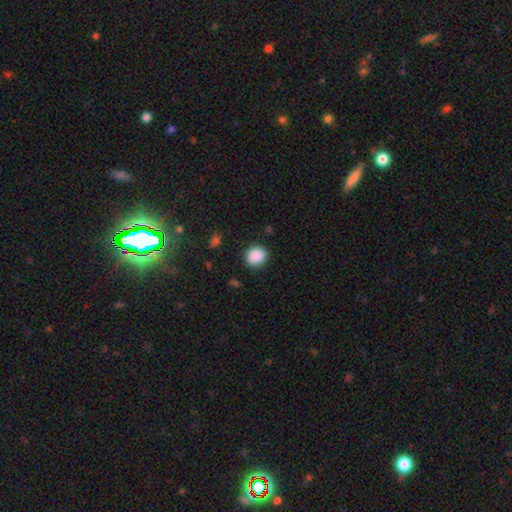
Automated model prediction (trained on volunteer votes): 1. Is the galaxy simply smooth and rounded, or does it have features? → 89% smooth, 8% star or artifact, 3% featured or disk.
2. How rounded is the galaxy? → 77% round, 22% in between, 1% cigar-shaped.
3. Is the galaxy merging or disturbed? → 87% none, 9% minor disturbance, 3% major disturbance, 1% merger.